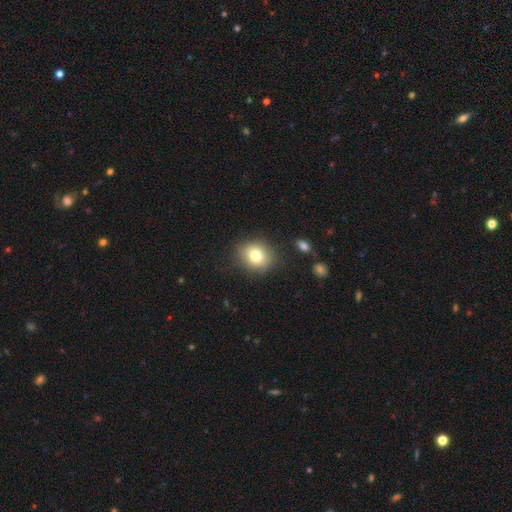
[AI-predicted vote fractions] smooth 79%, star or artifact 11%, featured or disk 11%. Down the decision tree: how rounded — round (68%); merging — none (83%).